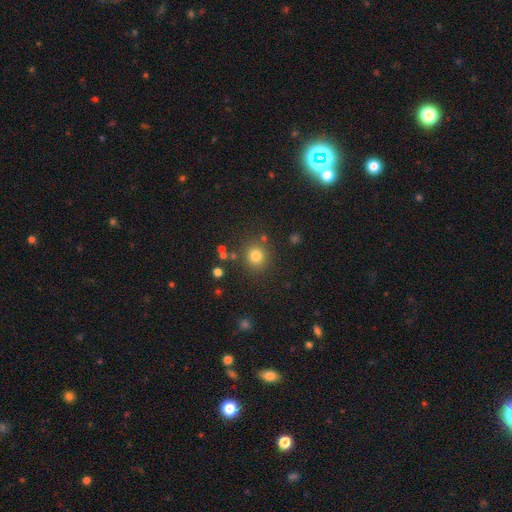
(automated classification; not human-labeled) This appears to be a smooth galaxy with no disk features (79%) that is round (90%). Merging: none (84%).